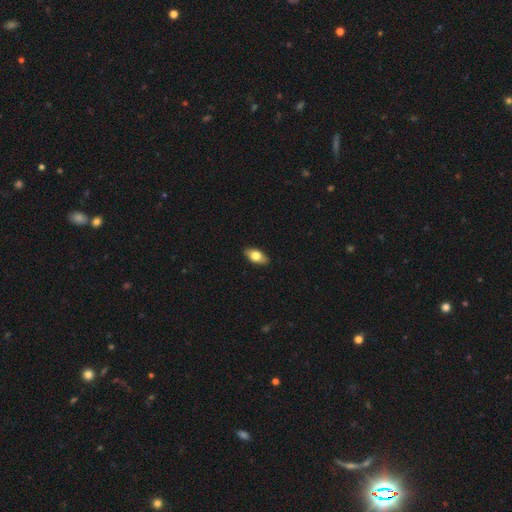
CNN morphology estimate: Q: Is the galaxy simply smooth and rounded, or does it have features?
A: smooth — 73%.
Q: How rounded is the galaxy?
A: in between — 90%.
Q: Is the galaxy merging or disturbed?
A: none — 89%.